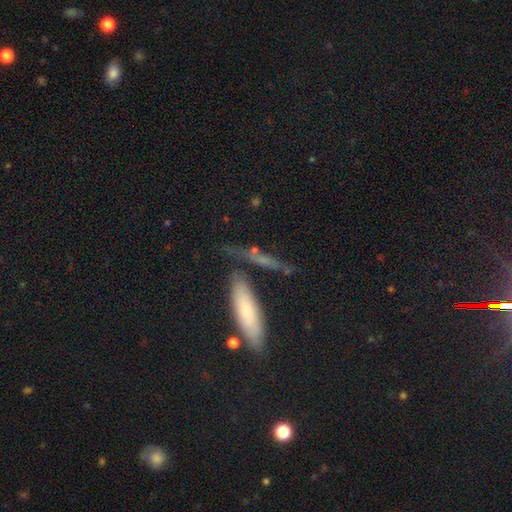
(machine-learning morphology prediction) smooth-or-featured: smooth: 46% | featured or disk: 31% | star or artifact: 23%
  merging: none: 70% | minor disturbance: 15% | merger: 8% | major disturbance: 7%